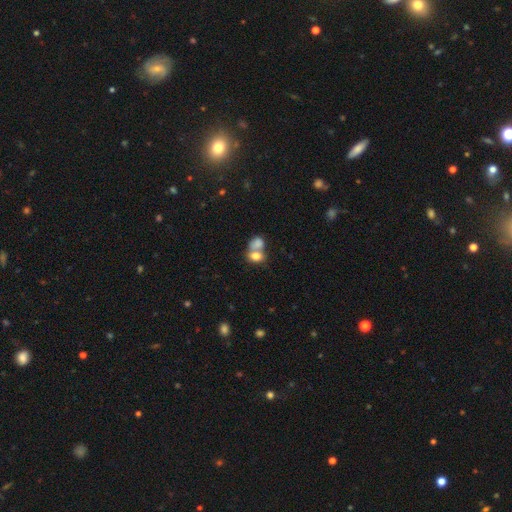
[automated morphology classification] smooth_or_featured: smooth (p=0.77) [alt: featured or disk p=0.14]
how_rounded: in between (p=0.65) [alt: round p=0.33]
merging: merger (p=0.64) [alt: none p=0.24]